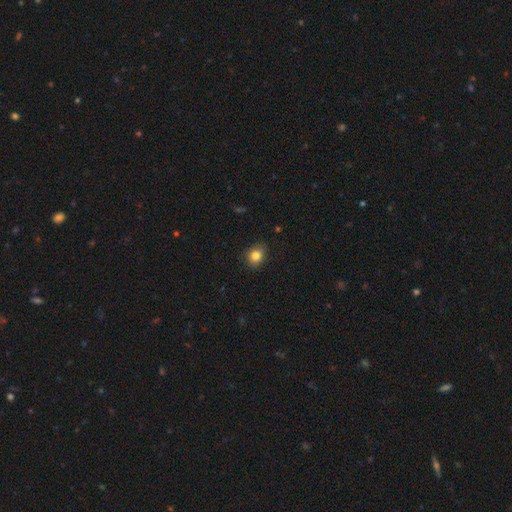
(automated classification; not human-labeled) smooth 83%, star or artifact 10%, featured or disk 7%. Down the decision tree: how rounded — round (55%); merging — none (83%).